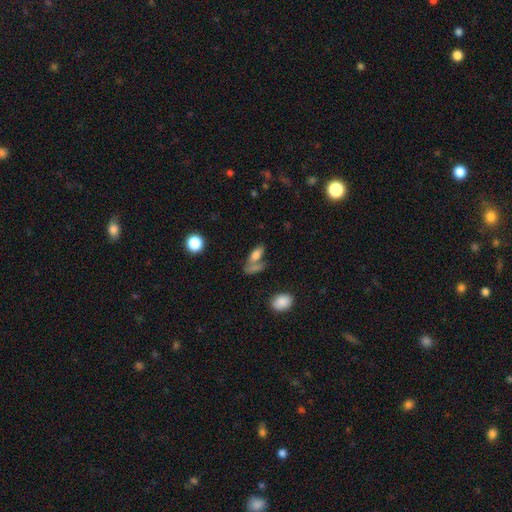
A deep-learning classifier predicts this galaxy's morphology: smooth 73%, featured or disk 16%, star or artifact 11%. Down the decision tree: how rounded — in between (73%); merging — merger (38%).